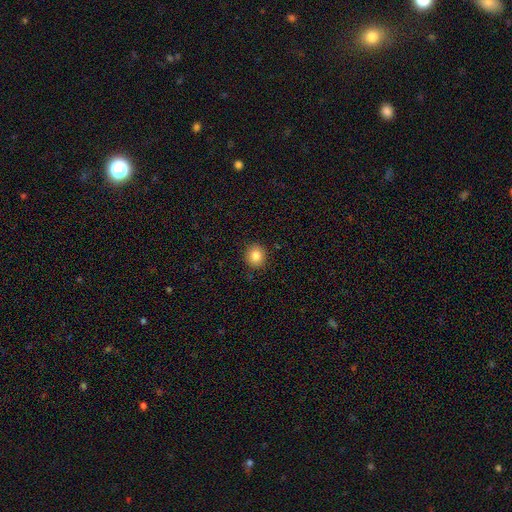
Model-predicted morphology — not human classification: A smooth galaxy with no disk features (84%) that is round (84%). Merging: none (90%).